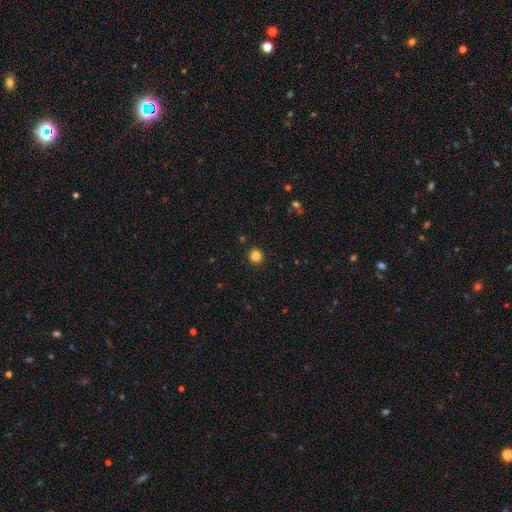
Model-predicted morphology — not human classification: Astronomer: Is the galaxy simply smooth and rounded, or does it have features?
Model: smooth — 84%.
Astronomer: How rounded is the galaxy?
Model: round — 91%.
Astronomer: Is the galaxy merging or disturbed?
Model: none — 92%.